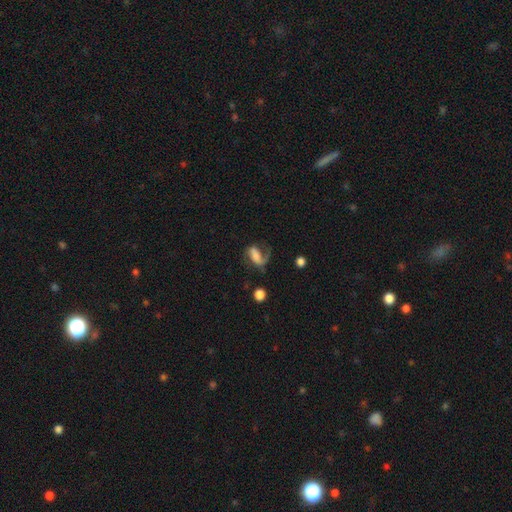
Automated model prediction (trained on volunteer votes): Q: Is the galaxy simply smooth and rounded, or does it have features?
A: featured or disk — 57%.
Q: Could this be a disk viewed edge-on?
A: no — 95%.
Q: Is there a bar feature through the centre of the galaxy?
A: no — 38%.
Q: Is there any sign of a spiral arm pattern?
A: yes — 86%.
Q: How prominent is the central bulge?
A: none — 31%.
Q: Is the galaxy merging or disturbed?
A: none — 39%.